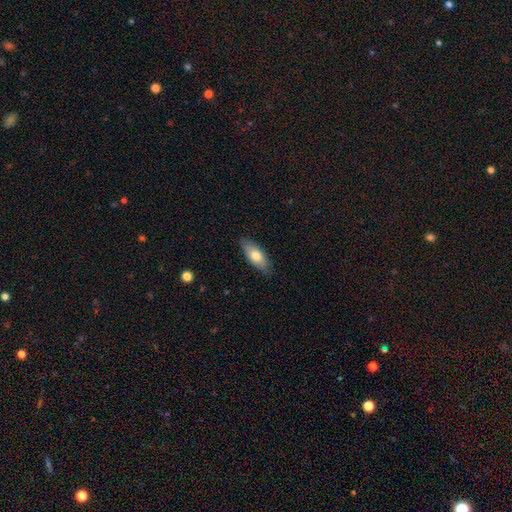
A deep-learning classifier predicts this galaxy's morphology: smooth-or-featured: smooth: 71% | featured or disk: 23% | star or artifact: 6%
  how-rounded: in between: 80% | cigar-shaped: 17% | round: 3%
  merging: none: 84% | minor disturbance: 13% | major disturbance: 2% | merger: 1%